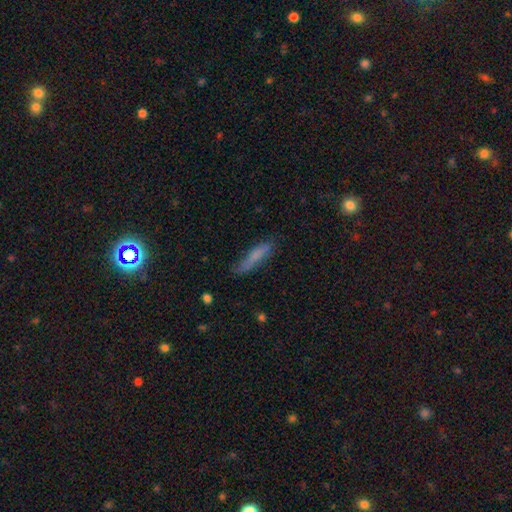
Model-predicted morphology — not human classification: smooth_or_featured: smooth (p=0.70) [alt: featured or disk p=0.22]
how_rounded: cigar-shaped (p=0.84) [alt: in between p=0.14]
merging: none (p=0.68) [alt: minor disturbance p=0.23]